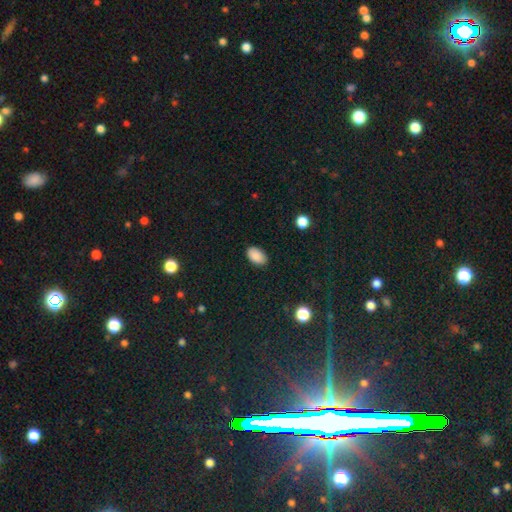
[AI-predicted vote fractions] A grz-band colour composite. It shows a smooth galaxy with no disk features (88%) that is in between round and cigar-shaped (92%). Merging: none (88%).